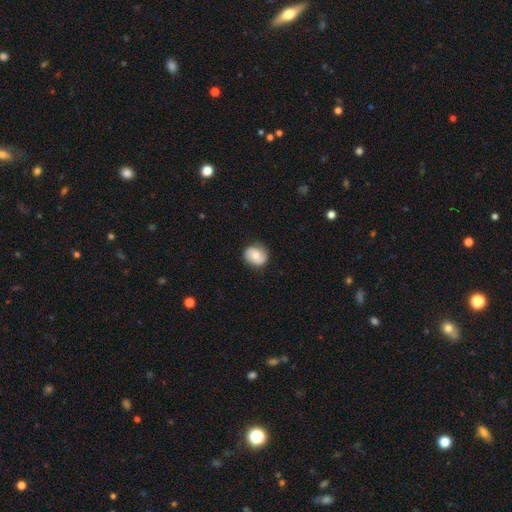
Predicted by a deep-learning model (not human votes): Smooth or featured? smooth (51%)
How rounded? round (71%)
Merging? none (80%)